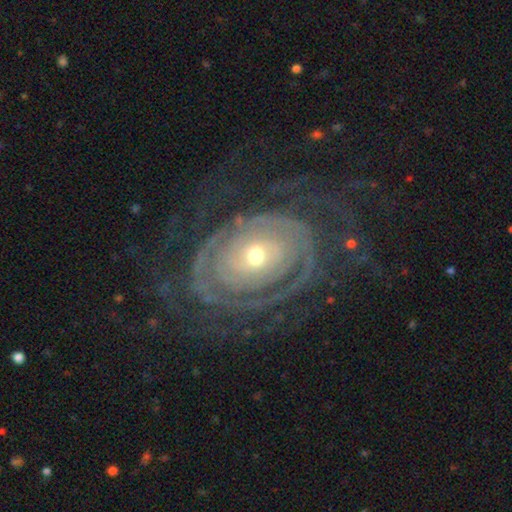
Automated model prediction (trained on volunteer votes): A featured or disk galaxy (87%) with no bar (75%), 2 (31%, tied with can't tell) tight (72%) spiral arms (93%) and a small central bulge (53%). Merging: none (64%).